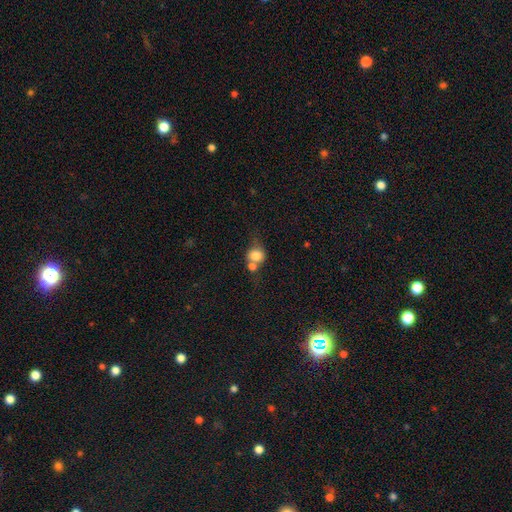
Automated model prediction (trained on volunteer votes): Smooth or featured? smooth (76%)
How rounded? round (69%)
Merging? merger (47%)